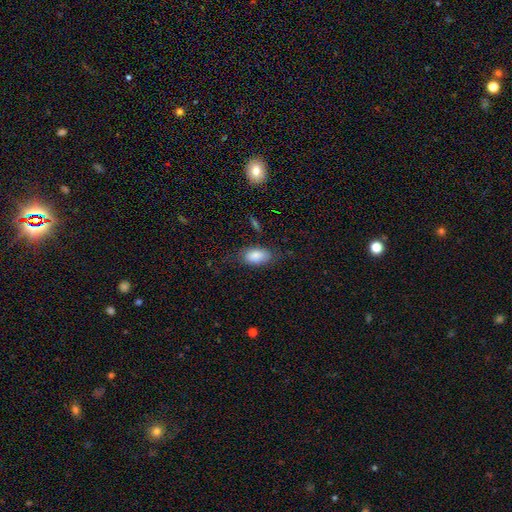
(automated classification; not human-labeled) The model was most divided on "merging": none: 68%, minor disturbance: 21%, major disturbance: 9%, merger: 2%. More confident: how rounded — in between (92%); smooth or featured — smooth (84%).